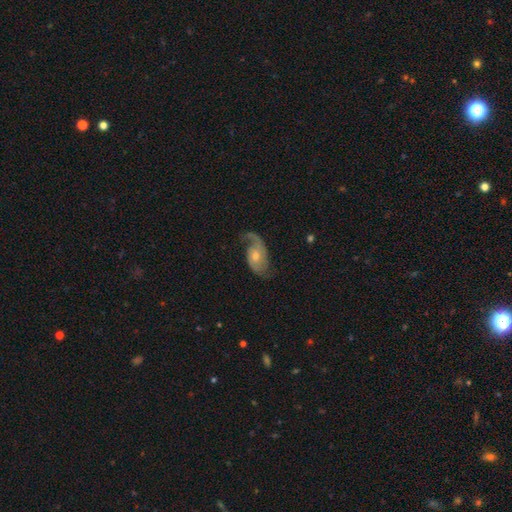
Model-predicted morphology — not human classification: Q: Smooth or featured?
A: featured or disk (83%); runner-up: smooth (11%)
Q: Edge-on disk?
A: no (96%); runner-up: yes (4%)
Q: Bar?
A: no (68%); runner-up: weak (26%)
Q: Spiral arms?
A: yes (95%); runner-up: no (5%)
Q: Spiral winding?
A: loose (45%); runner-up: medium (39%)
Q: Spiral arm count?
A: 2 (80%); runner-up: 1 (12%)
Q: Bulge size?
A: moderate (58%); runner-up: small (36%)
Q: Merging?
A: none (63%); runner-up: minor disturbance (20%)